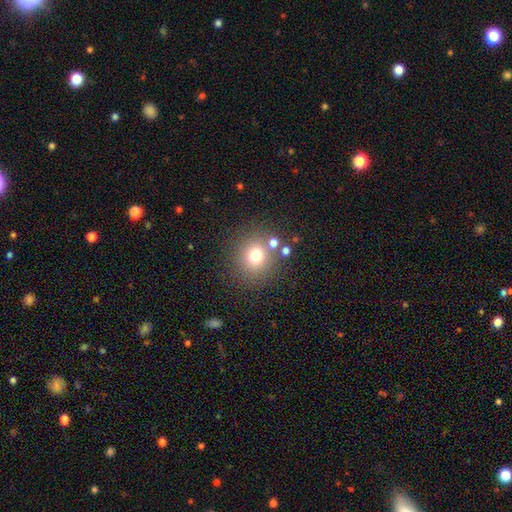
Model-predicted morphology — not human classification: Smooth or featured? smooth (74%)
How rounded? round (86%)
Merging? none (78%)